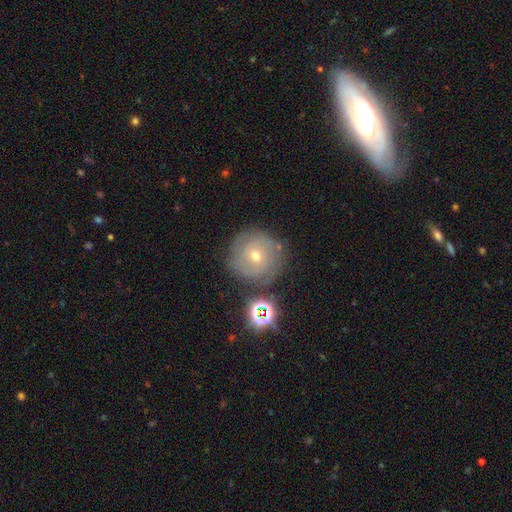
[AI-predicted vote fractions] featured or disk 57%, smooth 27%, star or artifact 16%. Down the decision tree: edge-on disk — no (96%); bar — no (66%); spiral arms — yes (80%); bulge size — small (52%); merging — none (77%).